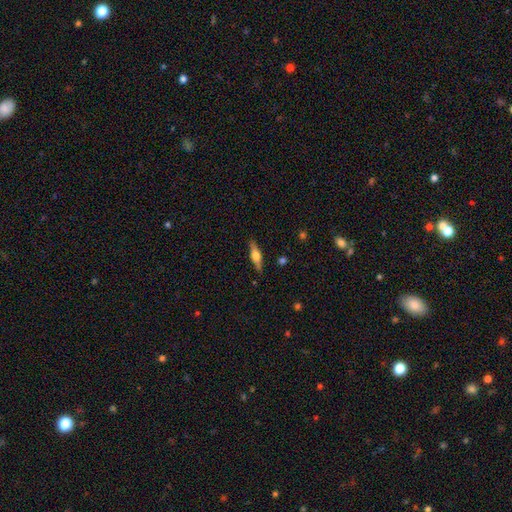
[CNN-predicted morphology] Smooth or featured?
  - featured or disk: 55% *
  - smooth: 39%
  - star or artifact: 6%
Edge-on disk?
  - yes: 95% *
  - no: 5%
Edge-on bulge?
  - rounded: 92% *
  - boxy: 6%
  - none: 2%
Merging?
  - none: 88% *
  - minor disturbance: 9%
  - major disturbance: 2%
  - merger: 1%